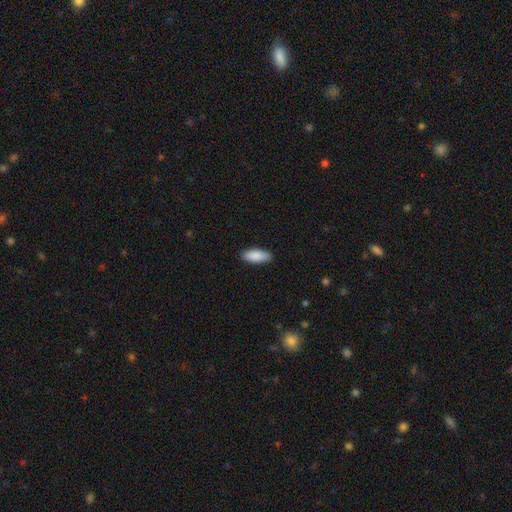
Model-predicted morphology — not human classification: smooth-or-featured: smooth: 89% | star or artifact: 6% | featured or disk: 5%
  how-rounded: in between: 77% | cigar-shaped: 22% | round: 2%
  merging: none: 88% | minor disturbance: 9% | major disturbance: 2% | merger: 1%